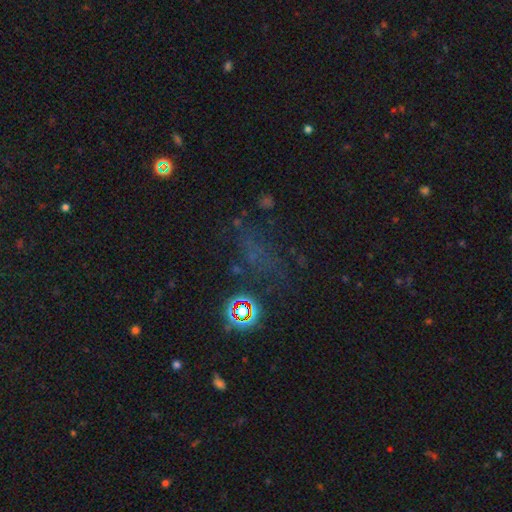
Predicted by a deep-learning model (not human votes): A star or artifact, not a galaxy (57%).

Vote fractions:
- Smooth or featured? star or artifact: 57% / smooth: 27% / featured or disk: 16%